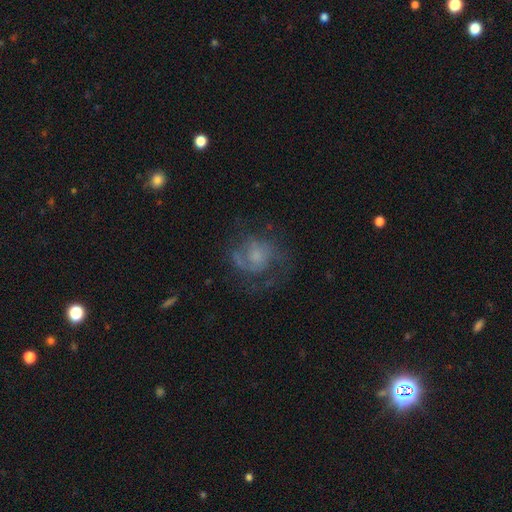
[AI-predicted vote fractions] Q: Smooth or featured?
A: featured or disk (65%); runner-up: smooth (24%)
Q: Edge-on disk?
A: no (98%); runner-up: yes (2%)
Q: Bar?
A: no (73%); runner-up: weak (24%)
Q: Spiral arms?
A: yes (79%); runner-up: no (21%)
Q: Spiral winding?
A: medium (46%); runner-up: tight (32%)
Q: Spiral arm count?
A: 2 (45%); runner-up: can't tell (26%)
Q: Bulge size?
A: small (37%); runner-up: moderate (32%)
Q: Merging?
A: none (57%); runner-up: major disturbance (23%)